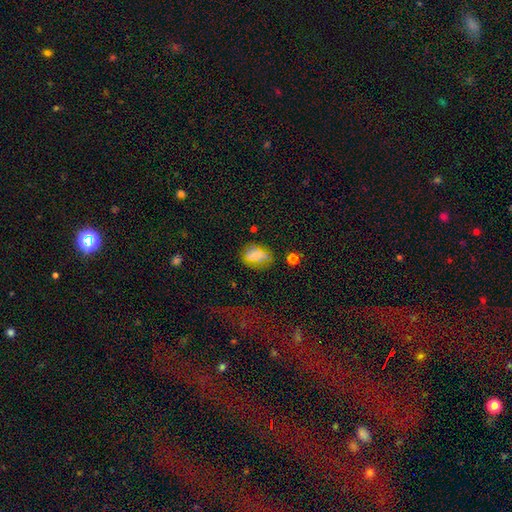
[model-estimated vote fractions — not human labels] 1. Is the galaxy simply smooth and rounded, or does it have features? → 65% smooth, 21% featured or disk, 14% star or artifact.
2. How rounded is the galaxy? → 76% in between, 21% round, 2% cigar-shaped.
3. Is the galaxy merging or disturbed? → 56% none, 26% minor disturbance, 13% major disturbance, 4% merger.